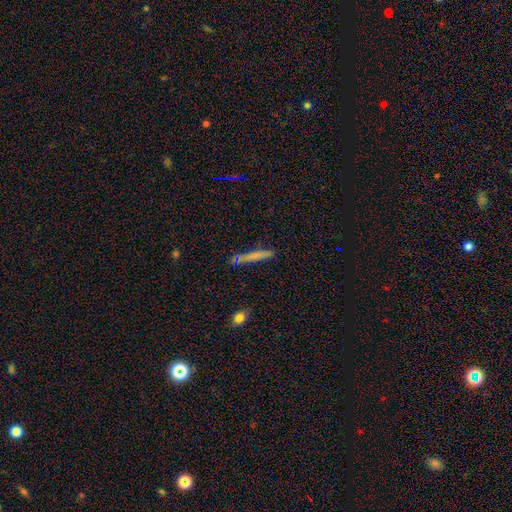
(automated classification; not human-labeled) A smooth galaxy with no disk features (70%) that is cigar-shaped (94%).

Vote fractions:
- Smooth or featured? smooth: 70% / featured or disk: 22% / star or artifact: 8%
- How rounded? cigar-shaped: 94% / in between: 4% / round: 2%
- Merging? none: 78% / minor disturbance: 13% / merger: 6% / major disturbance: 3%